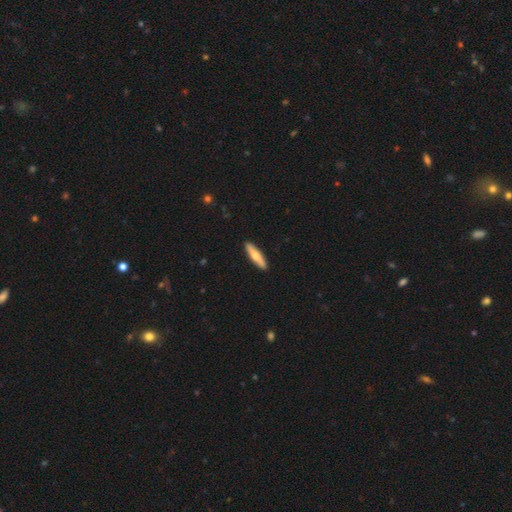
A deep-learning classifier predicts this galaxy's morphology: A smooth galaxy with no disk features (60%) that is cigar-shaped (82%).

Vote fractions:
- Smooth or featured? smooth: 60% / featured or disk: 35% / star or artifact: 5%
- How rounded? cigar-shaped: 82% / in between: 16% / round: 2%
- Merging? none: 92% / minor disturbance: 6% / major disturbance: 1% / merger: 1%